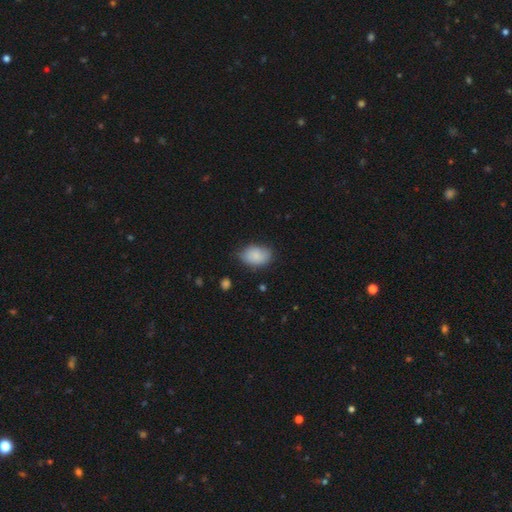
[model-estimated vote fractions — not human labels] smooth-or-featured: smooth: 85% | featured or disk: 8% | star or artifact: 7%
  how-rounded: in between: 86% | round: 13% | cigar-shaped: 1%
  merging: none: 69% | minor disturbance: 25% | major disturbance: 5% | merger: 1%